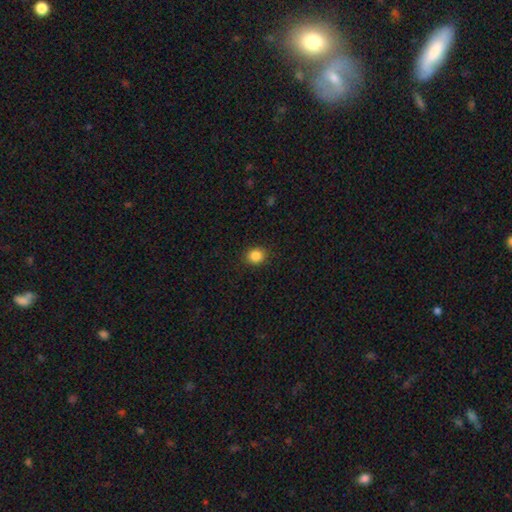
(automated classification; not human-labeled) A smooth galaxy with no disk features (86%) that is round (67%). Merging: none (89%).